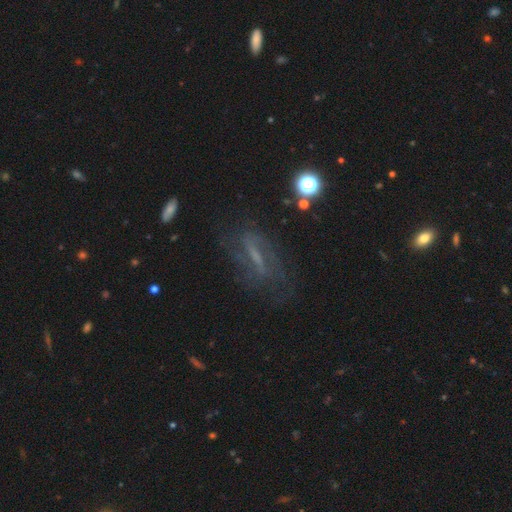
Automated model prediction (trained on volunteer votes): Smooth or featured? featured or disk (60%)
Edge-on disk? no (67%)
Merging? none (66%)